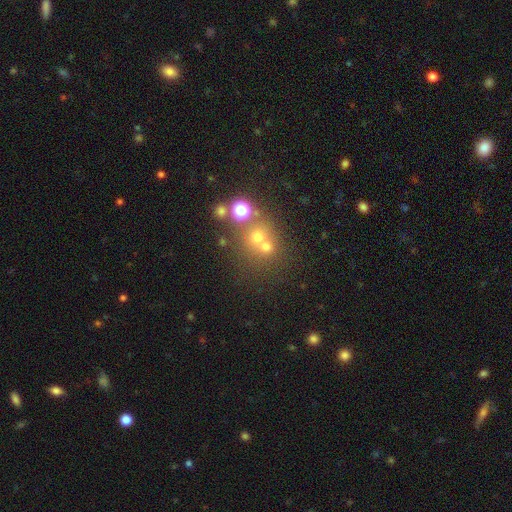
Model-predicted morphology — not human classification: The model was most divided on "merging": none: 47%, merger: 41%, minor disturbance: 8%, major disturbance: 5%. Remaining: smooth or featured — smooth (50%).